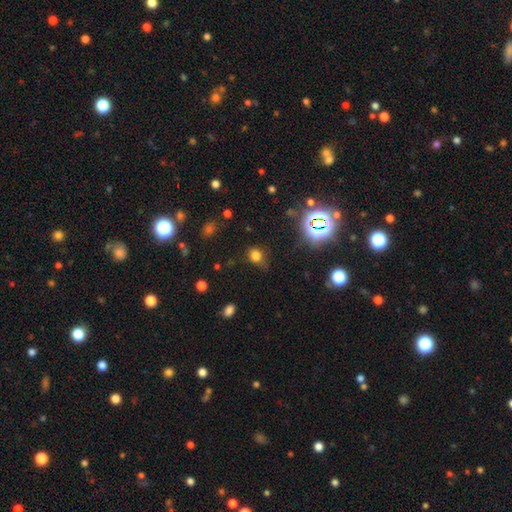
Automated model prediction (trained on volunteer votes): smooth_or_featured: smooth (p=0.71) [alt: star or artifact p=0.23]
how_rounded: round (p=0.66) [alt: in between p=0.32]
merging: none (p=0.69) [alt: minor disturbance p=0.20]